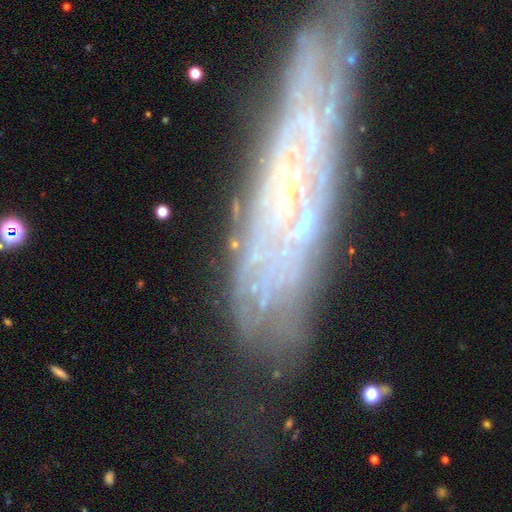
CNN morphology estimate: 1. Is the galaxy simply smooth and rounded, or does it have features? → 56% featured or disk, 22% star or artifact, 21% smooth.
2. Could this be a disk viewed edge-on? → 77% no, 23% yes.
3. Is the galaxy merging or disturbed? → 59% none, 21% minor disturbance, 13% major disturbance, 6% merger.